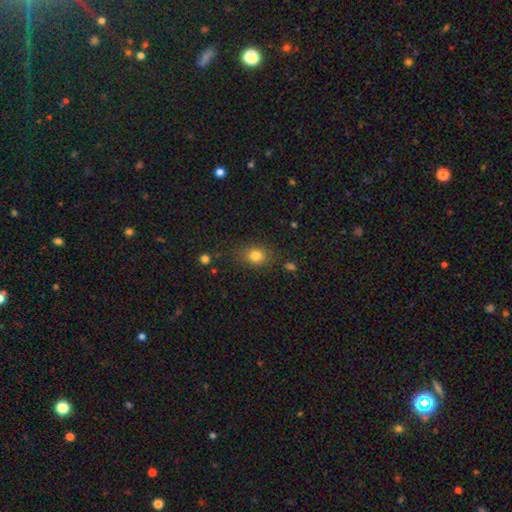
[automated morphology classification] smooth 81%, star or artifact 12%, featured or disk 7%. Down the decision tree: how rounded — round (56%); merging — none (79%).